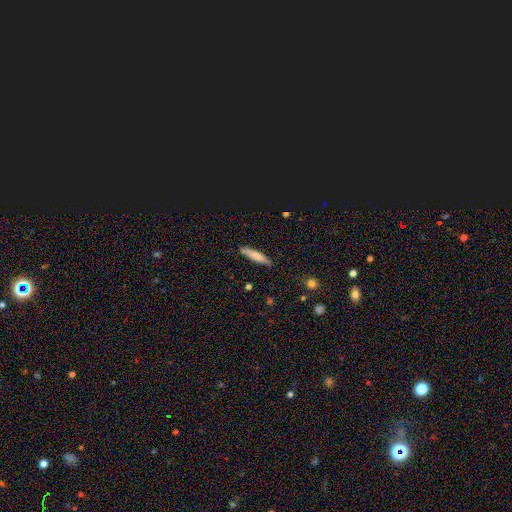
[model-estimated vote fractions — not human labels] Smooth or featured? smooth (72%)
How rounded? cigar-shaped (86%)
Merging? none (84%)